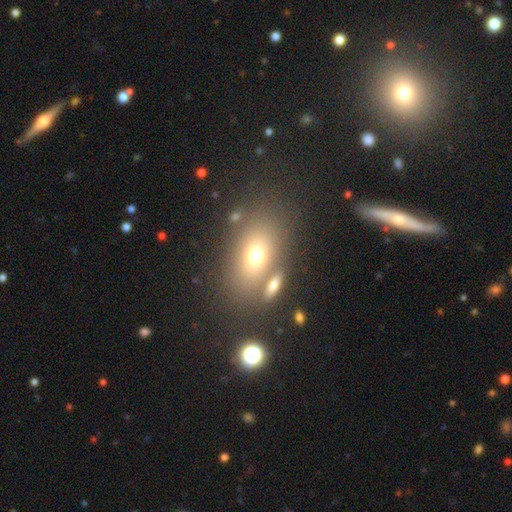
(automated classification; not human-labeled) Smooth or featured? smooth (67%)
How rounded? in between (75%)
Merging? none (65%)